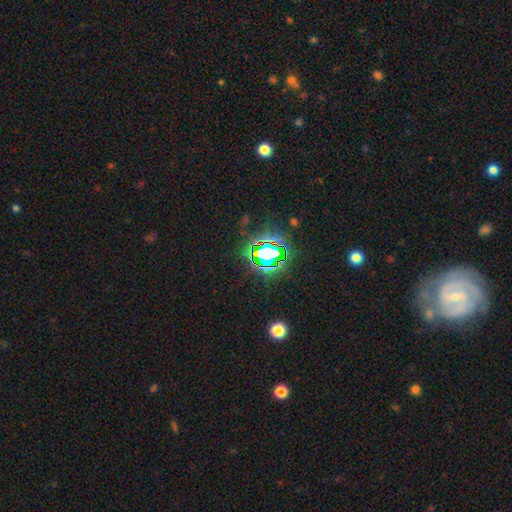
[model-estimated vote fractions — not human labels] Smooth or featured? star or artifact (76%)